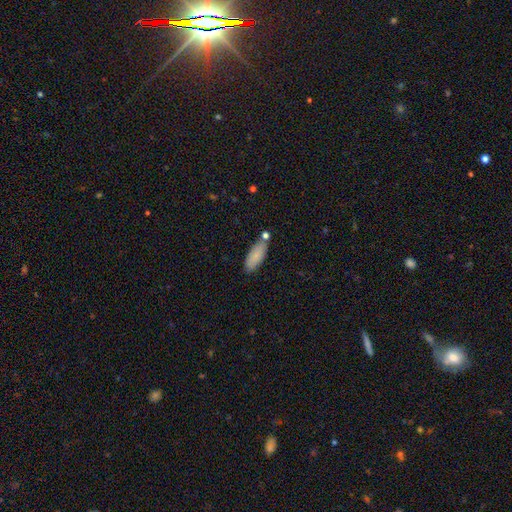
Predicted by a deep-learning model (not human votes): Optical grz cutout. It shows a smooth galaxy with no disk features (85%) that is in between round and cigar-shaped (76%). Merging: none (72%).